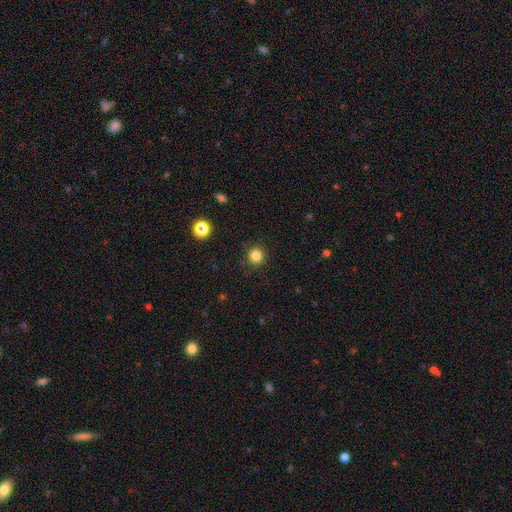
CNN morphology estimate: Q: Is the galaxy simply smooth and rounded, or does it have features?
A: smooth — 84%.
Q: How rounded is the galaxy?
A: round — 93%.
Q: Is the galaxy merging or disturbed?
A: none — 90%.